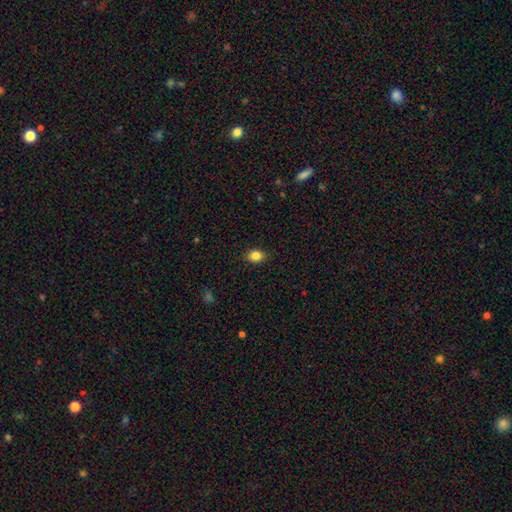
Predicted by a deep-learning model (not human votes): This appears to be a smooth galaxy with no disk features (85%) that is in between round and cigar-shaped (63%). Merging: none (87%).